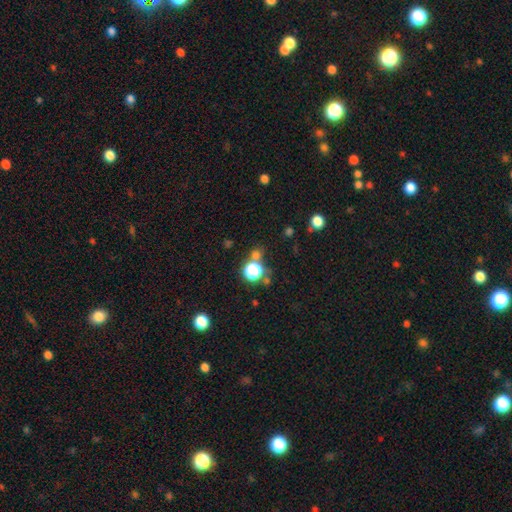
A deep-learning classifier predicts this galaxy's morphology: Smooth or featured: star or artifact — 63% (smooth — 29%)